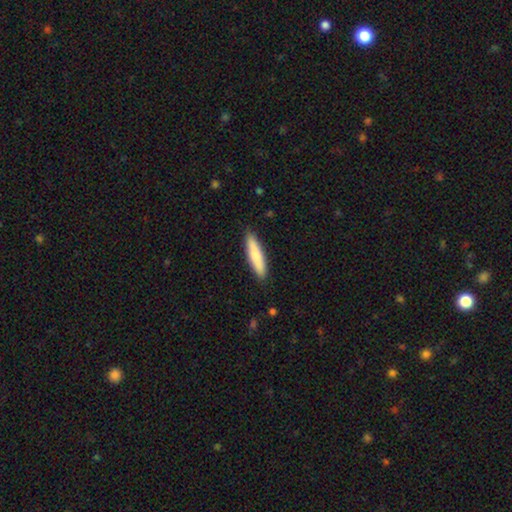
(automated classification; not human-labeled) Overall: smooth (78%). How rounded: cigar-shaped (82%). Merging: none (89%).